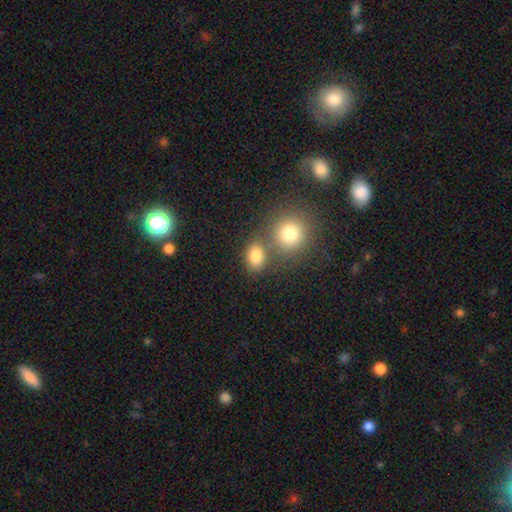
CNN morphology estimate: type=smooth (82%); roundness=in between (60%); merging=none (58%).